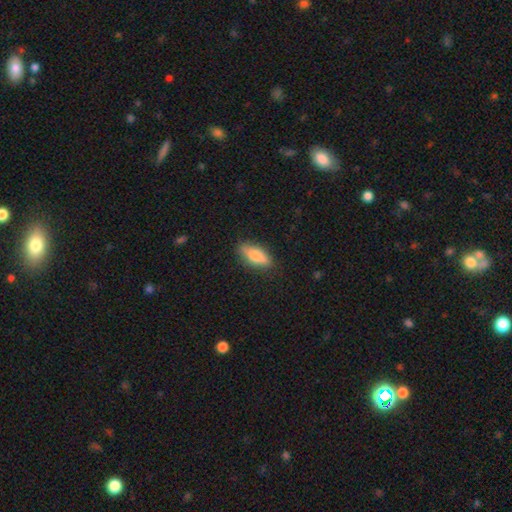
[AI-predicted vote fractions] Smooth or featured?
  - smooth: 72% *
  - featured or disk: 21%
  - star or artifact: 7%
How rounded?
  - in between: 68% *
  - cigar-shaped: 29%
  - round: 3%
Merging?
  - none: 83% *
  - minor disturbance: 13%
  - major disturbance: 3%
  - merger: 1%